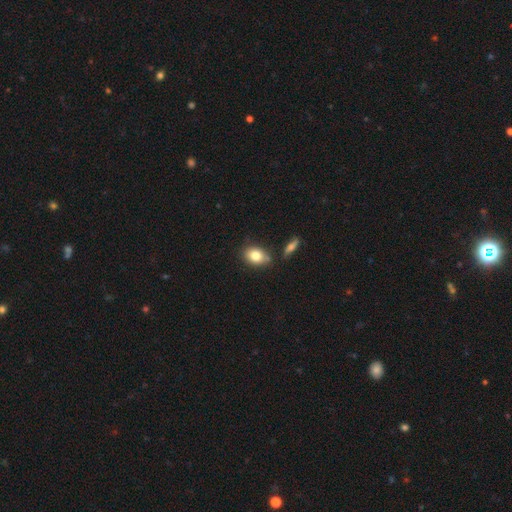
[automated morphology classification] smooth-or-featured: smooth: 80% | featured or disk: 12% | star or artifact: 8%
  how-rounded: in between: 76% | round: 22% | cigar-shaped: 2%
  merging: none: 69% | minor disturbance: 18% | merger: 10% | major disturbance: 4%